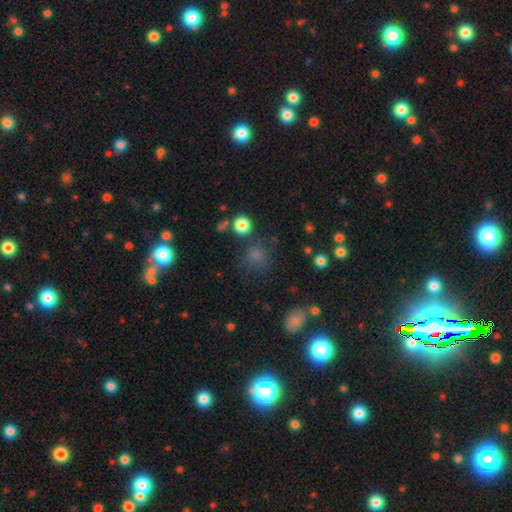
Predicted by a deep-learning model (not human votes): smooth-or-featured: smooth: 67% | star or artifact: 27% | featured or disk: 7%
  how-rounded: round: 86% | in between: 13% | cigar-shaped: 1%
  merging: none: 76% | minor disturbance: 12% | major disturbance: 6% | merger: 6%